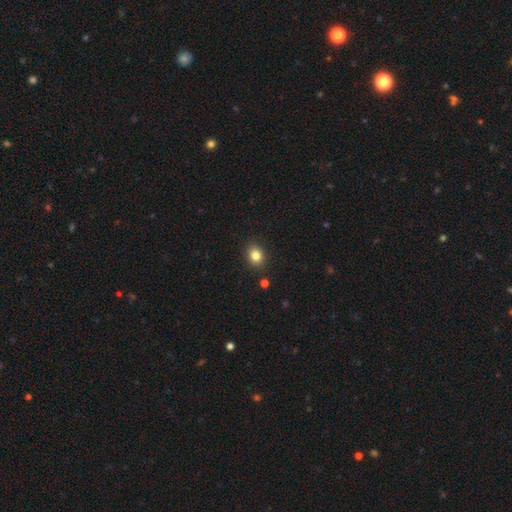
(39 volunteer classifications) Smooth or featured?
  - smooth: 87% *
  - star or artifact: 8%
  - featured or disk: 5%
How rounded?
  - round: 79% *
  - in between: 21%
  - cigar-shaped: 0%
Merging?
  - none: 86% *
  - minor disturbance: 11%
  - major disturbance: 3%
  - merger: 0%